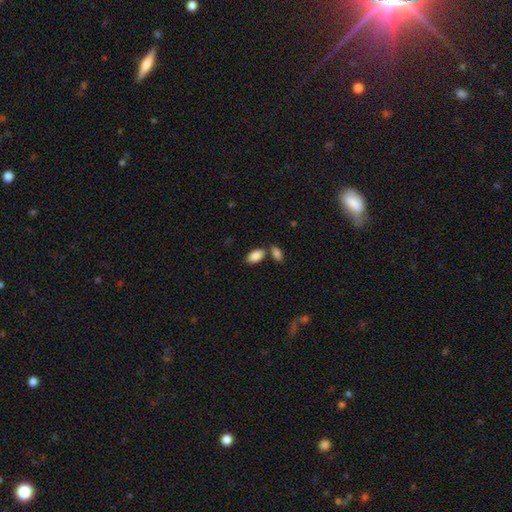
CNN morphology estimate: Q: Smooth or featured?
A: smooth (87%); runner-up: star or artifact (7%)
Q: How rounded?
A: in between (94%); runner-up: cigar-shaped (3%)
Q: Merging?
A: none (64%); runner-up: merger (22%)